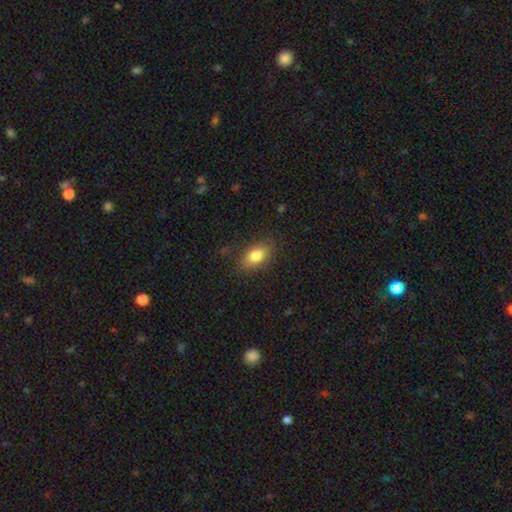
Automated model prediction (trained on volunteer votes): Q: Smooth or featured?
A: smooth (81%); runner-up: featured or disk (11%)
Q: How rounded?
A: in between (85%); runner-up: round (11%)
Q: Merging?
A: none (81%); runner-up: minor disturbance (14%)